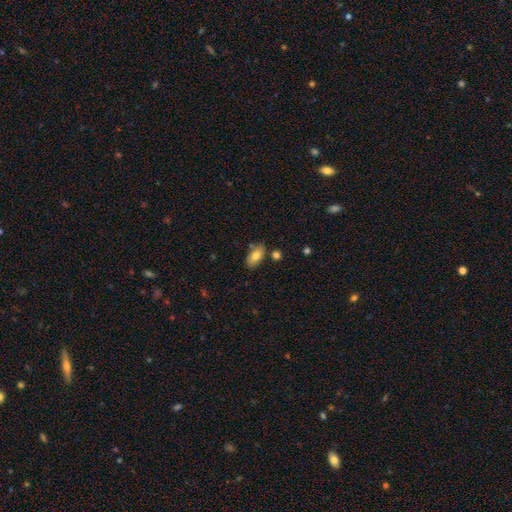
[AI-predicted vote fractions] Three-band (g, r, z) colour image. It shows a smooth galaxy with no disk features (78%) that is in between round and cigar-shaped (92%). Merging: none (75%).